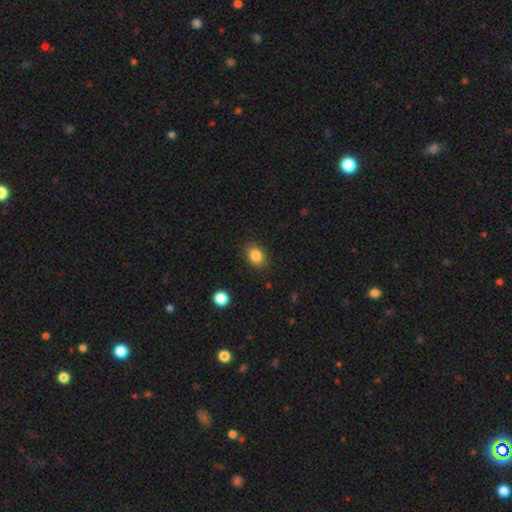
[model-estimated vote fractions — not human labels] Smooth or featured? Predicted: smooth (p=0.85). How rounded? Predicted: in between (p=0.64). Merging? Predicted: none (p=0.87).